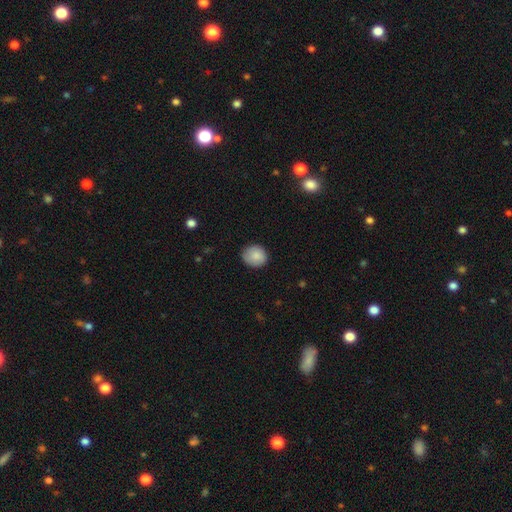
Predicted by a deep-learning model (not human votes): Morphology: type=smooth (86%); roundness=round (79%); merging=none (82%).